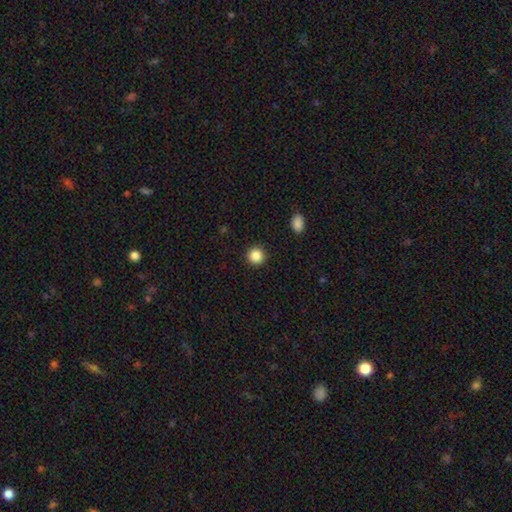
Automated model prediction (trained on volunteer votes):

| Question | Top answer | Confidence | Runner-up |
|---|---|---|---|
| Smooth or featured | smooth | 86% | star or artifact (10%) |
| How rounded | round | 94% | in between (5%) |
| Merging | none | 92% | minor disturbance (5%) |